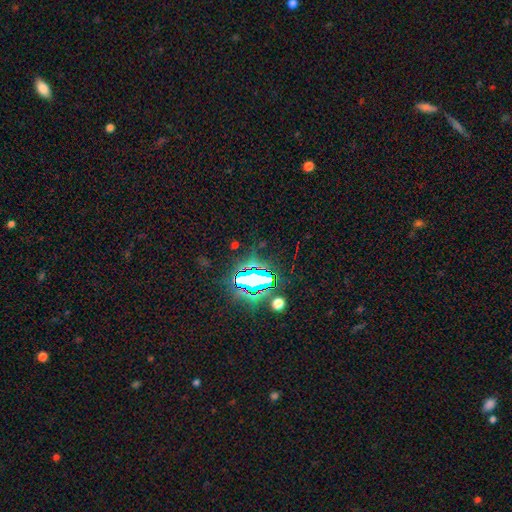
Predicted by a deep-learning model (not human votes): Smooth or featured? Predicted: star or artifact (p=0.81).